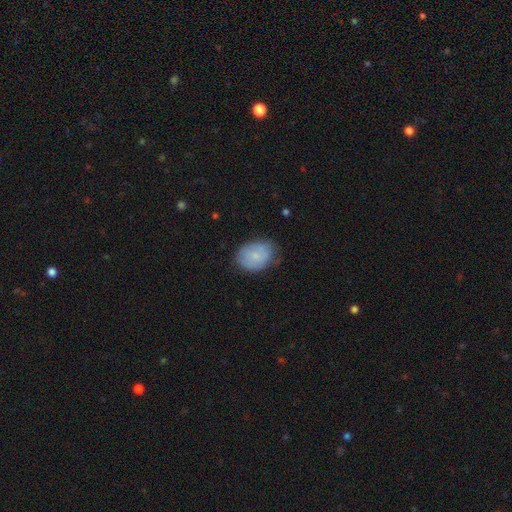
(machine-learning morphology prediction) smooth 73%, featured or disk 20%, star or artifact 7%. Down the decision tree: how rounded — in between (68%); merging — none (66%).